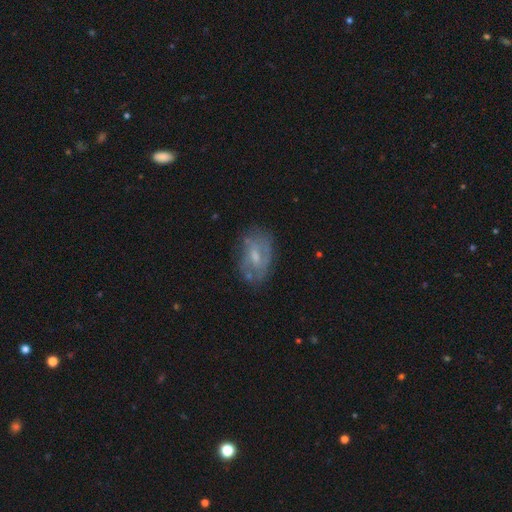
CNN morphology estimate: smooth-or-featured: featured or disk: 58% | smooth: 34% | star or artifact: 8%
  disk-edge-on: no: 95% | yes: 5%
    bar: no: 47% | weak: 43% | strong: 9%
    has-spiral-arms: no: 51% | yes: 49%
    bulge-size: moderate: 45% | small: 42% | none: 9% | large: 3% | dominant: 1%
  merging: none: 63% | minor disturbance: 23% | major disturbance: 11% | merger: 3%